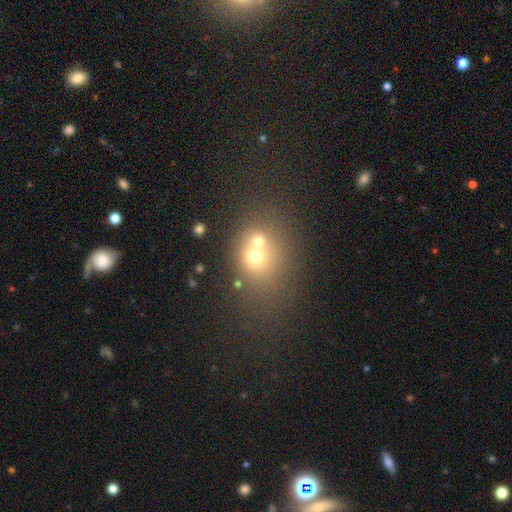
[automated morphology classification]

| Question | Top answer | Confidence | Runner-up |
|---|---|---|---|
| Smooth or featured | smooth | 58% | featured or disk (22%) |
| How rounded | round | 61% | in between (38%) |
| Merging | merger | 53% | none (34%) |